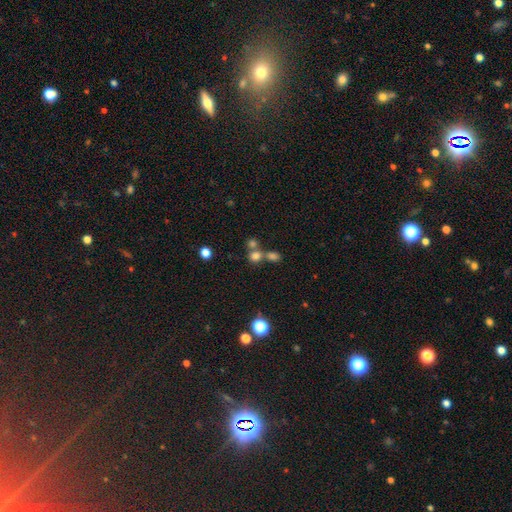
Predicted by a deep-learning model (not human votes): Smooth or featured?
  - smooth: 72% *
  - star or artifact: 18%
  - featured or disk: 9%
How rounded?
  - round: 77% *
  - in between: 22%
  - cigar-shaped: 1%
Merging?
  - none: 46% *
  - merger: 42%
  - minor disturbance: 7%
  - major disturbance: 4%